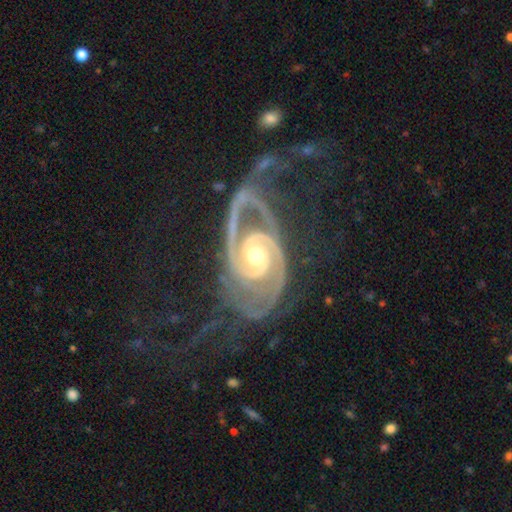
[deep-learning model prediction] Smooth or featured? featured or disk (92%)
Edge-on disk? no (97%)
Bar? no (63%)
Spiral arms? yes (98%)
Spiral winding? tight (58%)
Spiral arm count? 2 (73%)
Bulge size? moderate (63%)
Merging? none (45%)